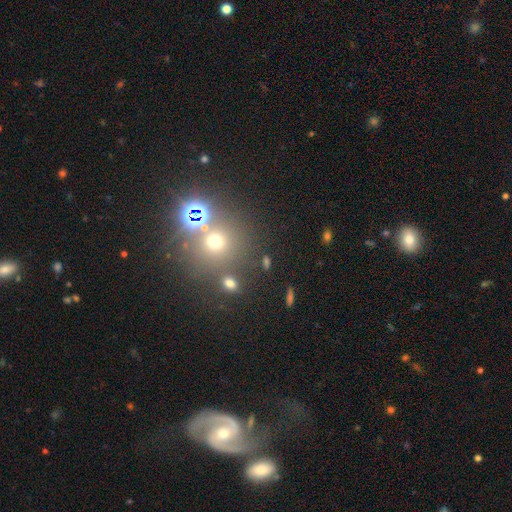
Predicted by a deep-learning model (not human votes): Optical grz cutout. It shows a smooth galaxy with no disk features (38%). Merging: none (64%).